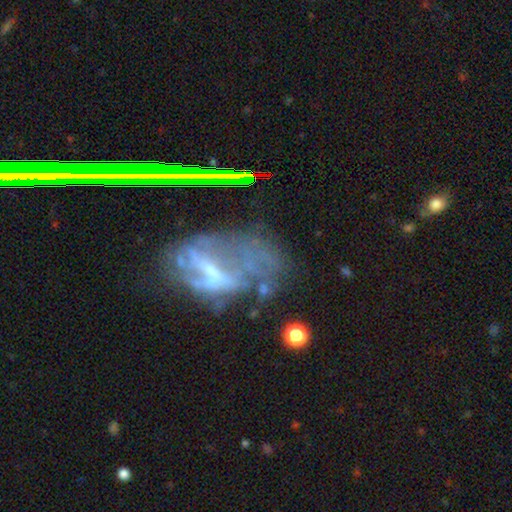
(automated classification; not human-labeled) smooth_or_featured: featured or disk (p=0.57) [alt: star or artifact p=0.24]
disk_edge_on: no (p=0.89) [alt: yes p=0.11]
bar: no (p=0.36) [alt: weak p=0.33]
has_spiral_arms: no (p=0.61) [alt: yes p=0.39]
bulge_size: small (p=0.41) [alt: moderate p=0.27]
merging: none (p=0.38) [alt: major disturbance p=0.35]